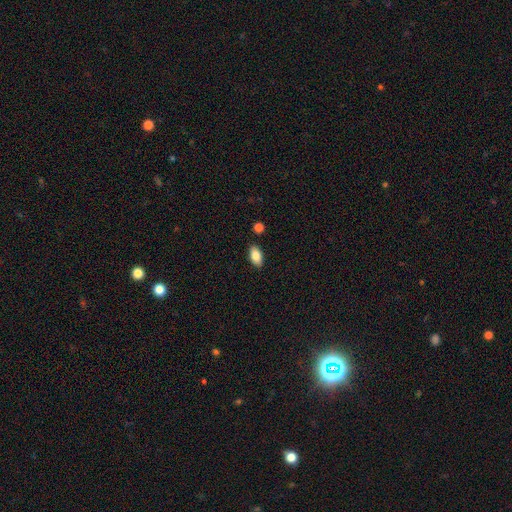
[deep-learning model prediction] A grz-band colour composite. It shows a smooth galaxy with no disk features (85%) that is in between round and cigar-shaped (93%). Merging: none (87%).